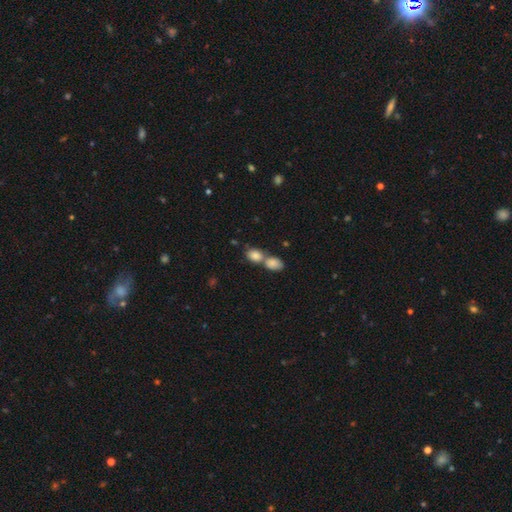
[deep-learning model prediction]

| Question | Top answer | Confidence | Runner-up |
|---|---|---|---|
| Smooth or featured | smooth | 83% | star or artifact (9%) |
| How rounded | in between | 65% | round (32%) |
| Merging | merger | 63% | none (27%) |